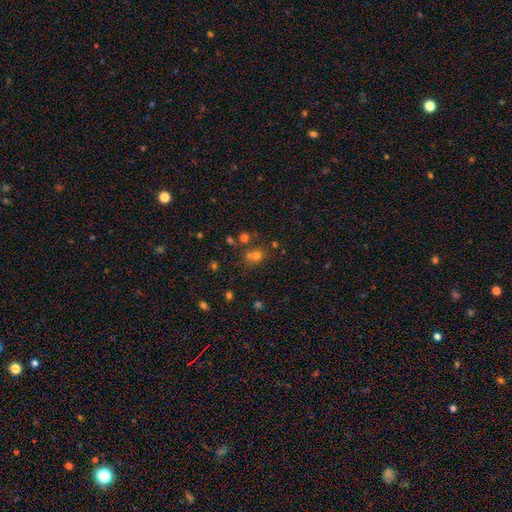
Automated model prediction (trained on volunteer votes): A smooth galaxy with no disk features (60%) that is round (73%). Merging: none (53%).